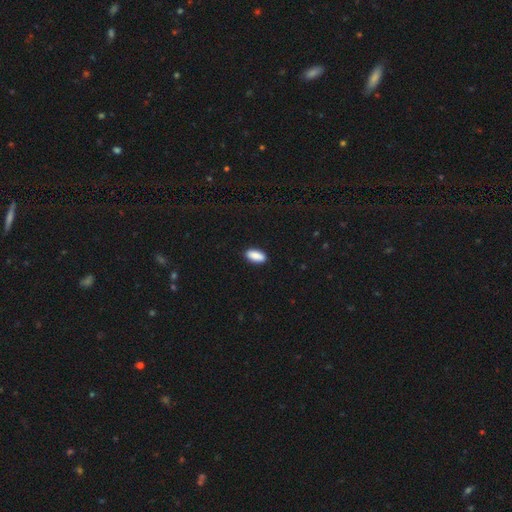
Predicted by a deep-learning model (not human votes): Overall: smooth (89%). How rounded: in between (85%). Merging: none (88%).